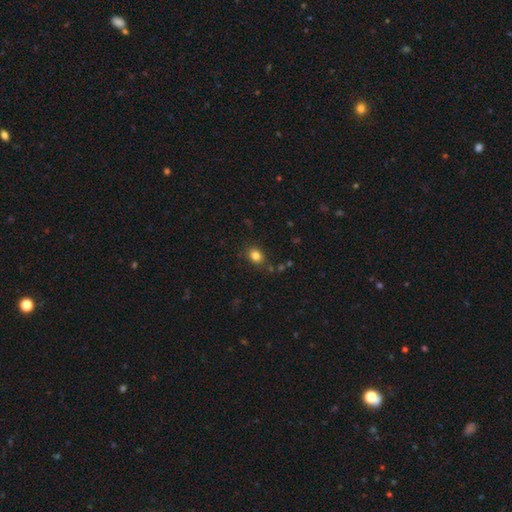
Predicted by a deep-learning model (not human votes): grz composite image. It shows a smooth galaxy with no disk features (83%) that is in between round and cigar-shaped (54%). Merging: none (82%).